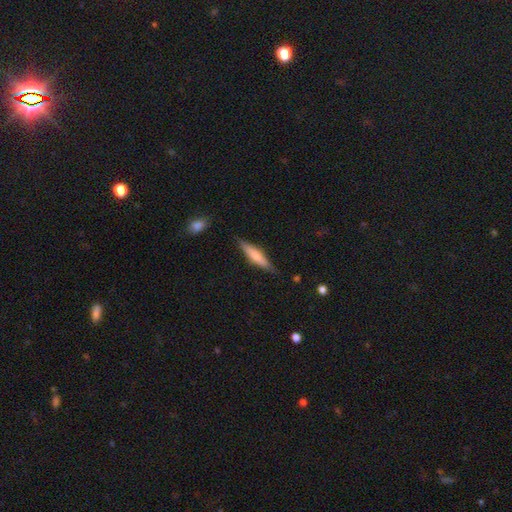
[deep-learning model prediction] A smooth galaxy with no disk features (60%) that is cigar-shaped (83%).

Vote fractions:
- Smooth or featured? smooth: 60% / featured or disk: 34% / star or artifact: 6%
- How rounded? cigar-shaped: 83% / in between: 16% / round: 2%
- Merging? none: 84% / minor disturbance: 12% / major disturbance: 2% / merger: 1%